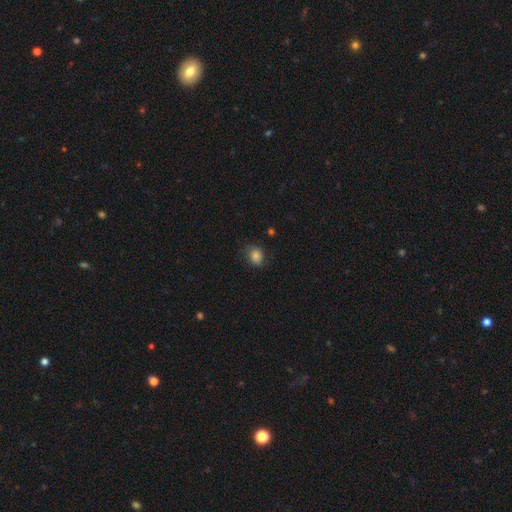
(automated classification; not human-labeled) Smooth or featured? smooth (81%)
How rounded? in between (50%)
Merging? none (73%)